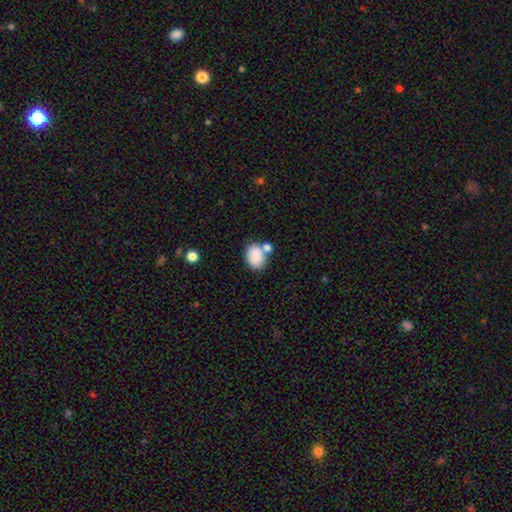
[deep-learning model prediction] smooth 84%, star or artifact 8%, featured or disk 8%. Down the decision tree: how rounded — in between (67%); merging — none (56%).